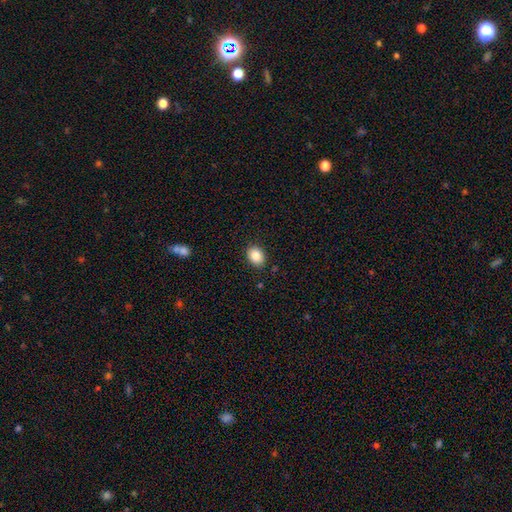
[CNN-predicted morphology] Q: Smooth or featured?
A: smooth (85%); runner-up: star or artifact (9%)
Q: How rounded?
A: in between (56%); runner-up: round (43%)
Q: Merging?
A: none (89%); runner-up: minor disturbance (8%)